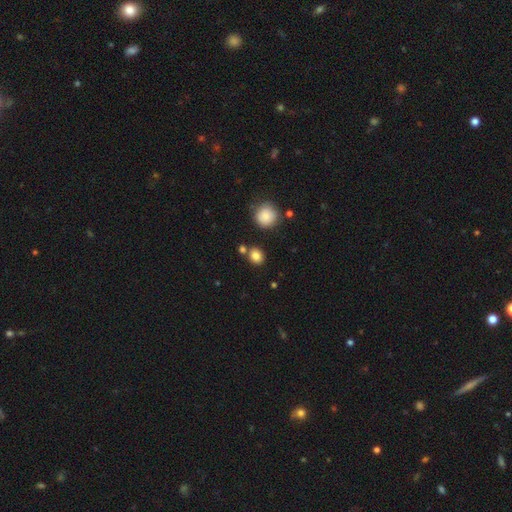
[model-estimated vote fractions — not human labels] Smooth or featured? smooth (83%)
How rounded? round (67%)
Merging? none (77%)